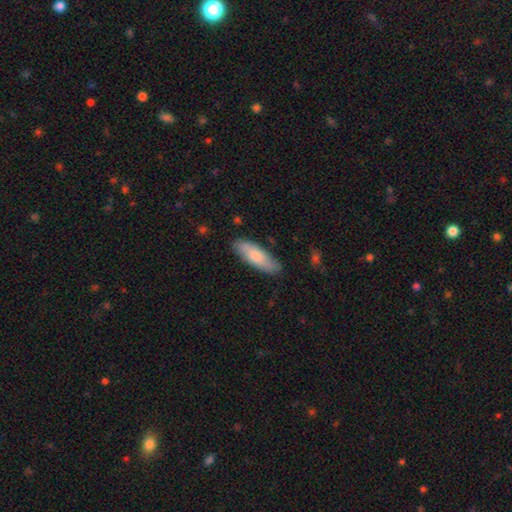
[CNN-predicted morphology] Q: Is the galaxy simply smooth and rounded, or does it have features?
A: smooth — 73%.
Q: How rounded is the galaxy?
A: in between — 57%.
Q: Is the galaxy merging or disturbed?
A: none — 83%.